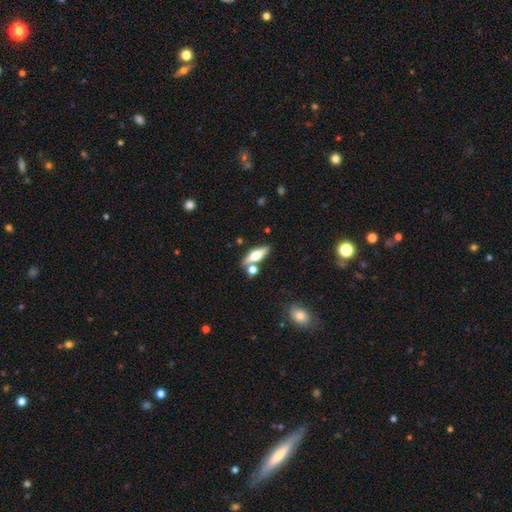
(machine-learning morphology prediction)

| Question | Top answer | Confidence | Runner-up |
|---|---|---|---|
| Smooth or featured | featured or disk | 50% | smooth (43%) |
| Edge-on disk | yes | 90% | no (10%) |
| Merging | none | 73% | merger (14%) |